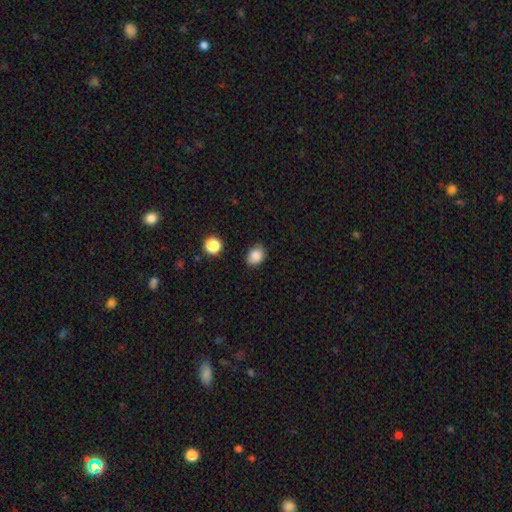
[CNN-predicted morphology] Smooth or featured?
  - smooth: 85% *
  - star or artifact: 10%
  - featured or disk: 4%
How rounded?
  - in between: 62% *
  - round: 37%
  - cigar-shaped: 1%
Merging?
  - none: 76% *
  - minor disturbance: 19%
  - major disturbance: 3%
  - merger: 2%